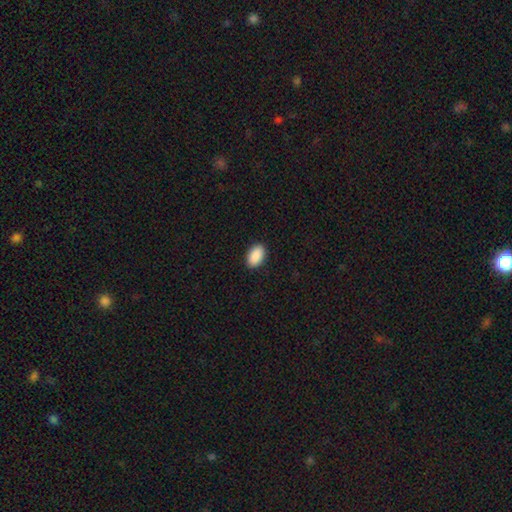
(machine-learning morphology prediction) A smooth galaxy with no disk features (91%) that is in between round and cigar-shaped (94%).

Vote fractions:
- Smooth or featured? smooth: 91% / star or artifact: 6% / featured or disk: 2%
- How rounded? in between: 94% / round: 5% / cigar-shaped: 1%
- Merging? none: 91% / minor disturbance: 7% / major disturbance: 2% / merger: 1%